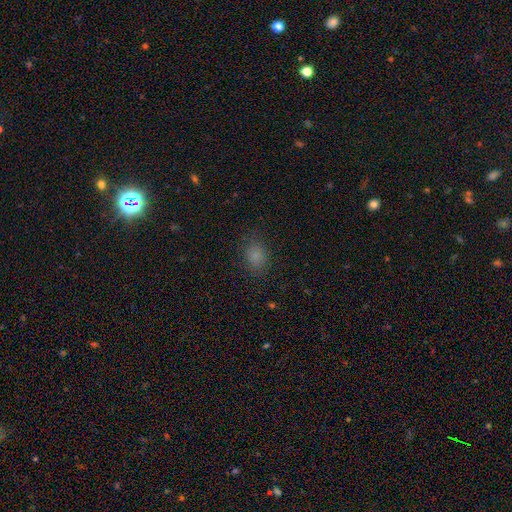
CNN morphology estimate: smooth_or_featured: smooth (p=0.81) [alt: star or artifact p=0.14]
how_rounded: in between (p=0.50) [alt: round p=0.49]
merging: none (p=0.81) [alt: minor disturbance p=0.13]